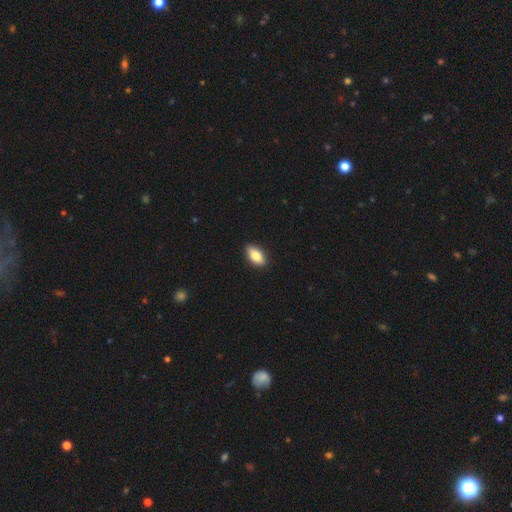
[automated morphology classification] Smooth or featured? Predicted: smooth (p=0.81). How rounded? Predicted: in between (p=0.90). Merging? Predicted: none (p=0.89).